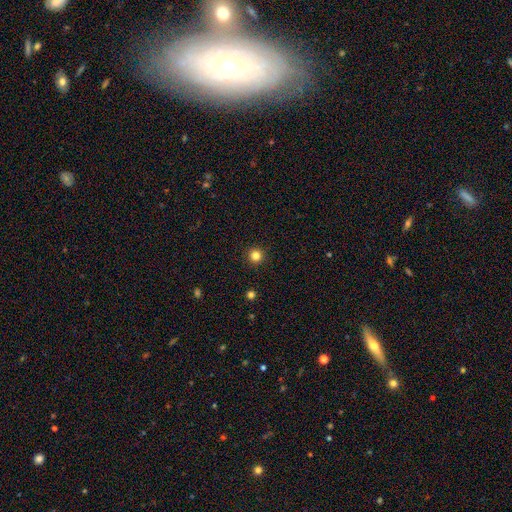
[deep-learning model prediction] Q: Smooth or featured?
A: smooth (82%); runner-up: star or artifact (13%)
Q: How rounded?
A: round (96%); runner-up: in between (3%)
Q: Merging?
A: none (94%); runner-up: minor disturbance (4%)